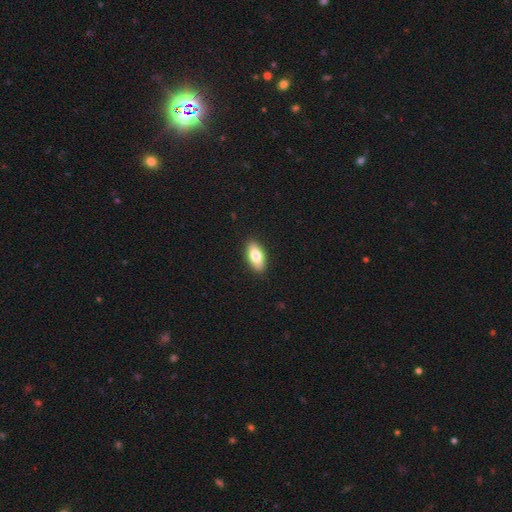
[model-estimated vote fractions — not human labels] The model was most divided on "smooth or featured": smooth: 78%, featured or disk: 16%, star or artifact: 6%. More confident: merging — none (90%); how rounded — in between (88%).